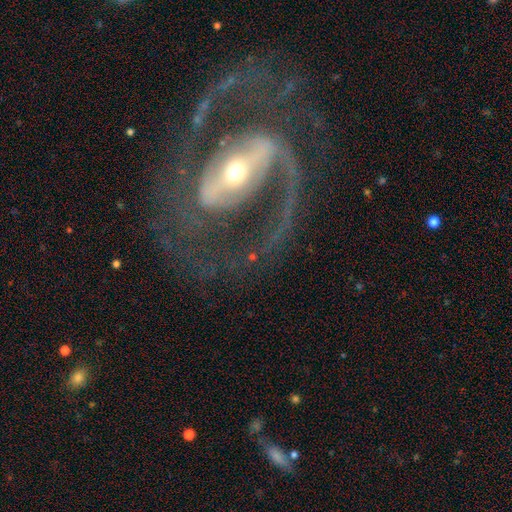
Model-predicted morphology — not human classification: smooth-or-featured: featured or disk: 91% | star or artifact: 5% | smooth: 4%
  disk-edge-on: no: 96% | yes: 4%
    bar: strong: 62% | weak: 26% | no: 12%
    has-spiral-arms: yes: 95% | no: 5%
      spiral-winding: medium: 57% | tight: 22% | loose: 21%
      spiral-arm-count: 2: 87% | 1: 4% | can't tell: 3% | 3: 3% | 4: 1% | more than 4: 1%
    bulge-size: moderate: 55% | small: 37% | large: 6% | dominant: 1% | none: 1%
  merging: none: 67% | major disturbance: 17% | minor disturbance: 13% | merger: 2%